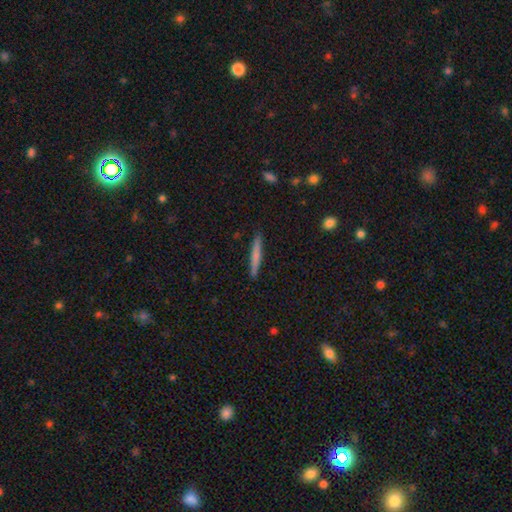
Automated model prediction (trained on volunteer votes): Smooth or featured?
  - smooth: 66% *
  - featured or disk: 28%
  - star or artifact: 6%
How rounded?
  - cigar-shaped: 96% *
  - in between: 3%
  - round: 1%
Merging?
  - none: 90% *
  - minor disturbance: 7%
  - major disturbance: 1%
  - merger: 1%